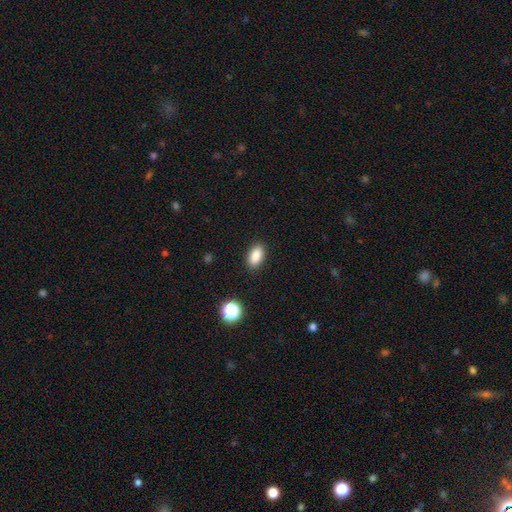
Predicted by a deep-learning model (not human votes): smooth 86%, star or artifact 9%, featured or disk 5%. Down the decision tree: how rounded — in between (90%); merging — none (89%).